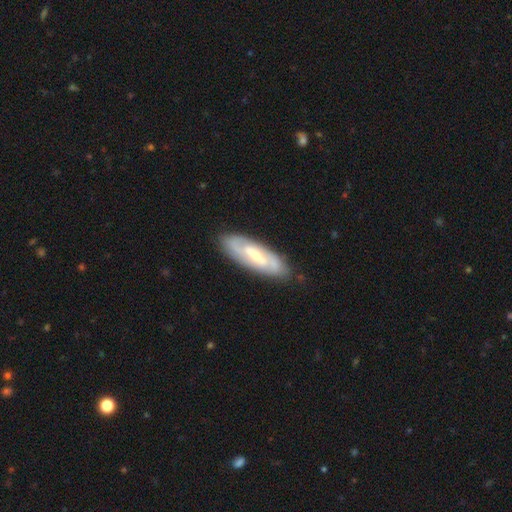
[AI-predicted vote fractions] The model was most divided on "bulge size": moderate: 49%, small: 45%, large: 3%, none: 2%, dominant: 1%. Remaining: edge-on disk — no (86%); merging — none (84%); spiral arms — yes (83%); smooth or featured — featured or disk (74%); spiral arm count — 2 (65%); spiral winding — tight (48%); bar — weak (45%).